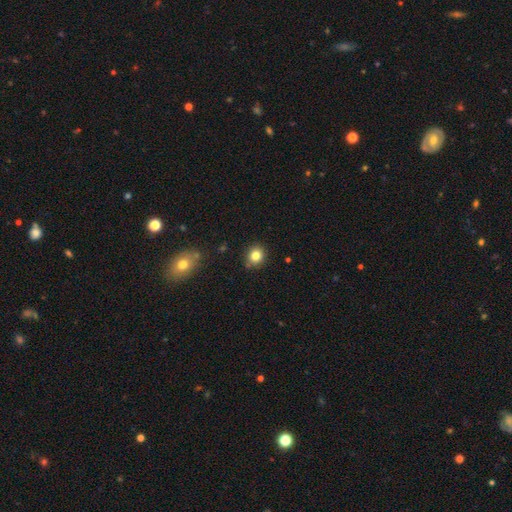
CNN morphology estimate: Smooth or featured? smooth (82%)
How rounded? round (80%)
Merging? none (85%)